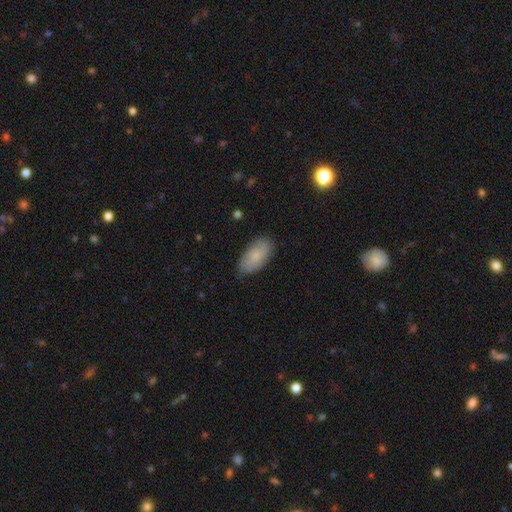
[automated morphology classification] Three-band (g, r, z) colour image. It shows a smooth galaxy with no disk features (77%) that is in between round and cigar-shaped (93%). Merging: none (80%).